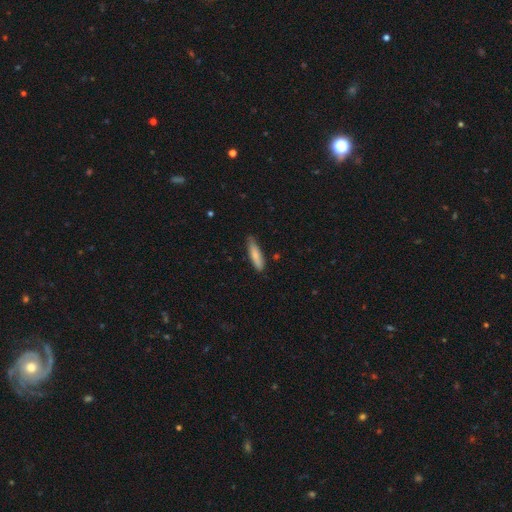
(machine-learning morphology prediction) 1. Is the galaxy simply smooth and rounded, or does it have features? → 81% smooth, 13% featured or disk, 6% star or artifact.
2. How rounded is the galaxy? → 72% cigar-shaped, 27% in between, 1% round.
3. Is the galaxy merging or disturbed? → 75% none, 20% minor disturbance, 3% major disturbance, 2% merger.